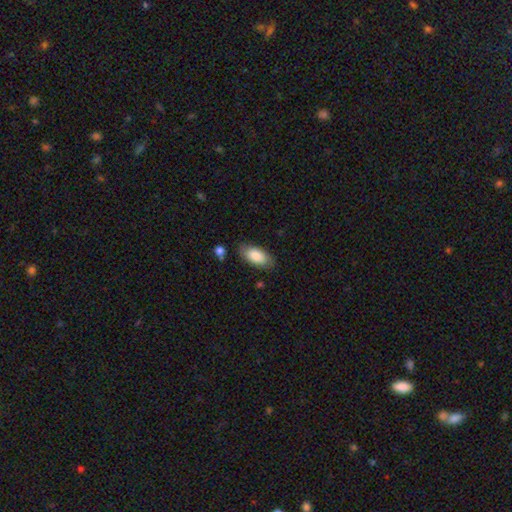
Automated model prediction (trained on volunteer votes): smooth 84%, featured or disk 11%, star or artifact 6%. Down the decision tree: how rounded — in between (93%); merging — none (79%).